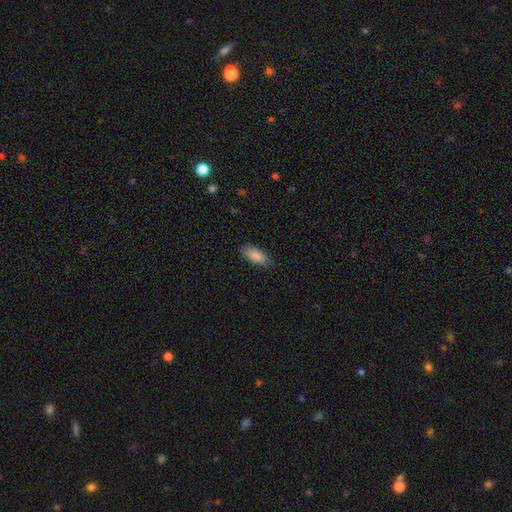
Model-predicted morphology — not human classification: Overall: smooth (89%). How rounded: in between (80%). Merging: none (87%).